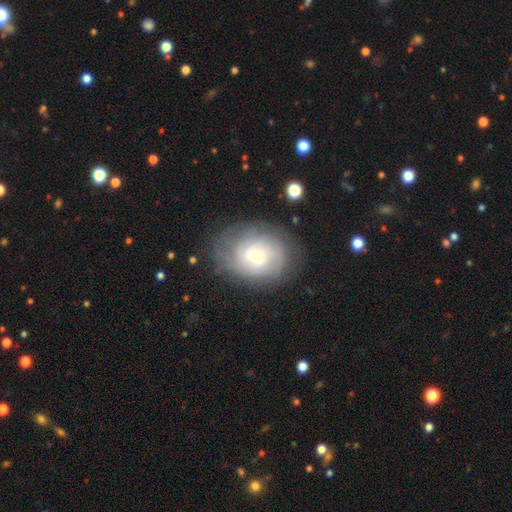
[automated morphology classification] Q: Smooth or featured?
A: featured or disk (56%); runner-up: smooth (35%)
Q: Edge-on disk?
A: no (96%); runner-up: yes (4%)
Q: Bar?
A: no (67%); runner-up: weak (28%)
Q: Spiral arms?
A: yes (80%); runner-up: no (20%)
Q: Bulge size?
A: small (68%); runner-up: moderate (23%)
Q: Merging?
A: none (73%); runner-up: minor disturbance (17%)